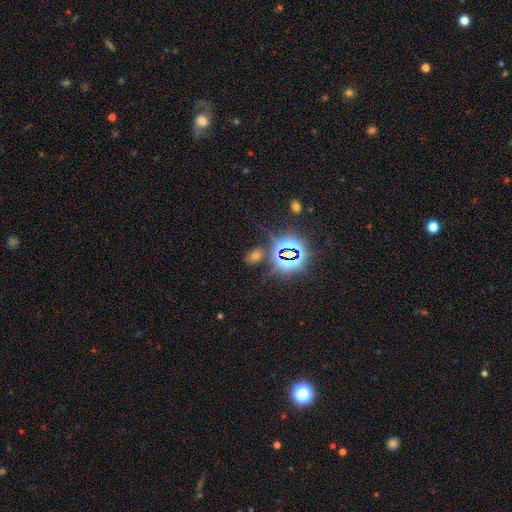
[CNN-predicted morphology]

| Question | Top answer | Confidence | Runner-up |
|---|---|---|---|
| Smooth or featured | star or artifact | 54% | smooth (37%) |